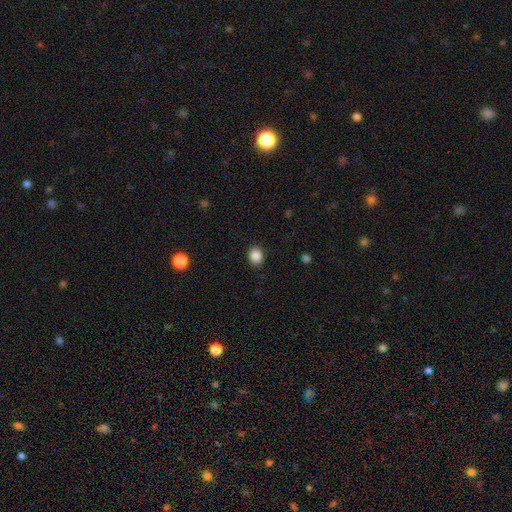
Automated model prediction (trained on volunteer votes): Morphology: type=smooth (87%); roundness=round (55%); merging=none (88%).